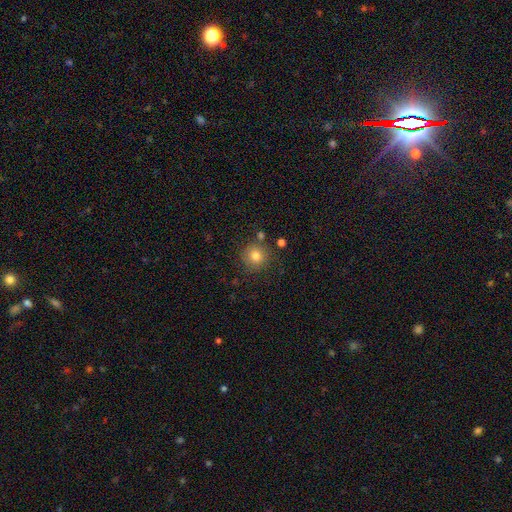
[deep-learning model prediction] smooth_or_featured: smooth (p=0.80) [alt: star or artifact p=0.12]
how_rounded: round (p=0.93) [alt: in between p=0.06]
merging: none (p=0.79) [alt: minor disturbance p=0.11]